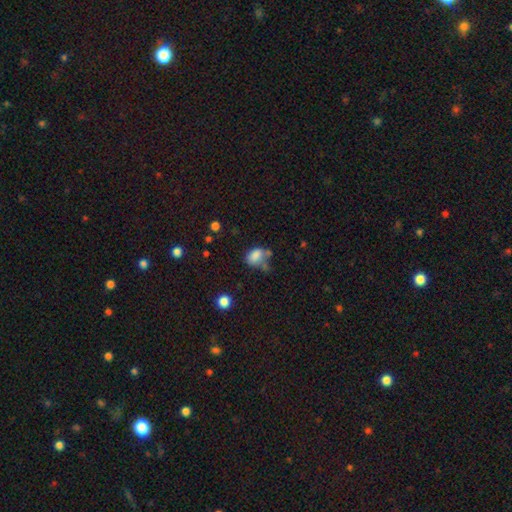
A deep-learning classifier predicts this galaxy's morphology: This is likely a smooth galaxy (78%). How rounded: likely in between (78%). Merging: marginally none (37%).